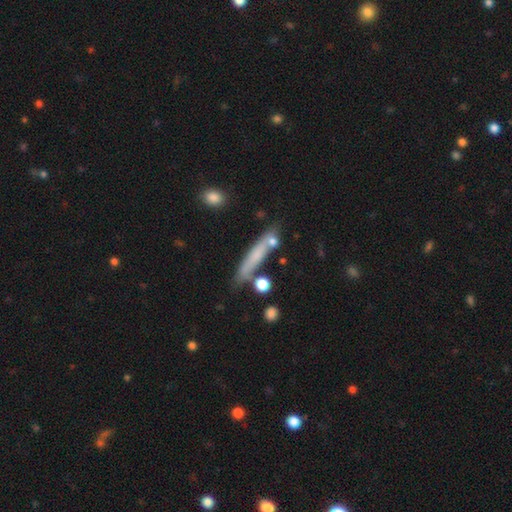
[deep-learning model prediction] A smooth galaxy with no disk features (60%) that is cigar-shaped (90%).

Vote fractions:
- Smooth or featured? smooth: 60% / featured or disk: 32% / star or artifact: 8%
- How rounded? cigar-shaped: 90% / in between: 8% / round: 3%
- Merging? none: 70% / minor disturbance: 16% / merger: 9% / major disturbance: 5%